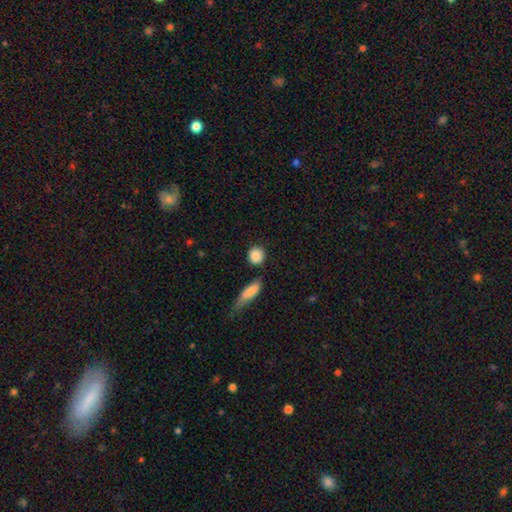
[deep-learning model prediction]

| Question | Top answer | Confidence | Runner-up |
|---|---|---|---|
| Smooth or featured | smooth | 88% | star or artifact (7%) |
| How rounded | round | 84% | in between (13%) |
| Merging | none | 78% | minor disturbance (10%) |